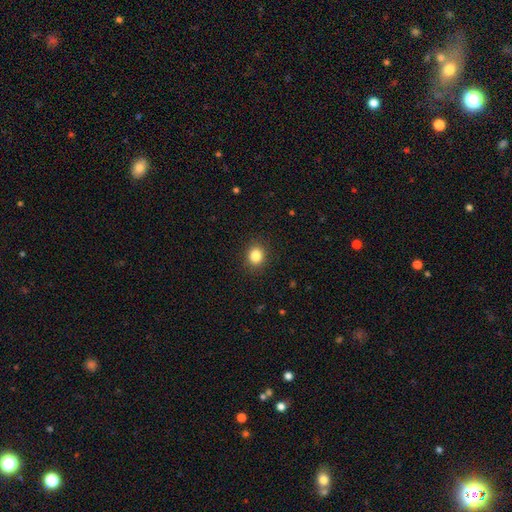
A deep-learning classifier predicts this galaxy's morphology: smooth-or-featured: smooth: 85% | star or artifact: 11% | featured or disk: 5%
  how-rounded: round: 70% | in between: 29% | cigar-shaped: 1%
  merging: none: 90% | minor disturbance: 7% | major disturbance: 2% | merger: 1%